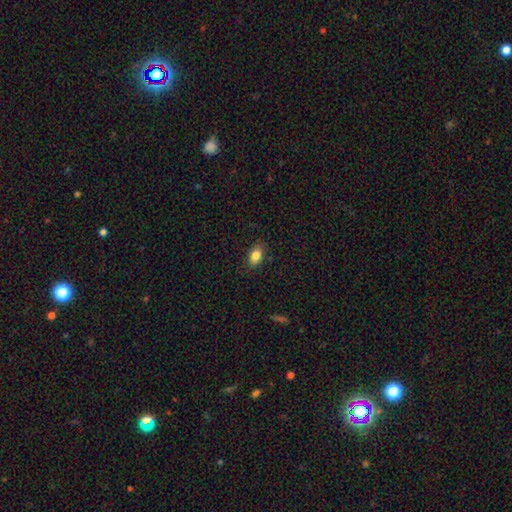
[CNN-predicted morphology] smooth 84%, star or artifact 9%, featured or disk 8%. Down the decision tree: how rounded — in between (87%); merging — none (84%).